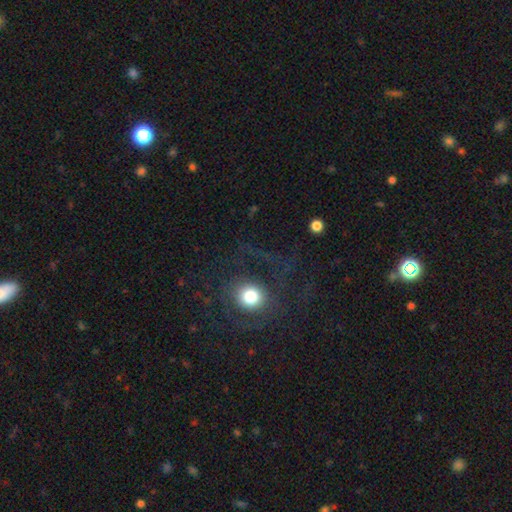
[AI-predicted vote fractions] Smooth or featured?
  - smooth: 49% *
  - star or artifact: 30%
  - featured or disk: 21%
Merging?
  - none: 74% *
  - major disturbance: 14%
  - minor disturbance: 11%
  - merger: 2%